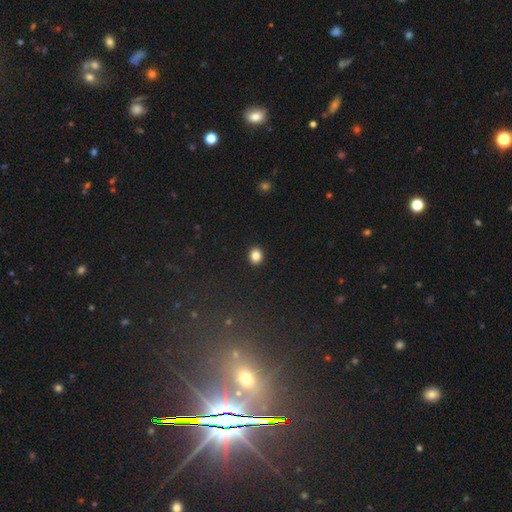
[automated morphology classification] Q: Smooth or featured?
A: smooth (85%); runner-up: star or artifact (10%)
Q: How rounded?
A: round (71%); runner-up: in between (28%)
Q: Merging?
A: none (92%); runner-up: minor disturbance (5%)